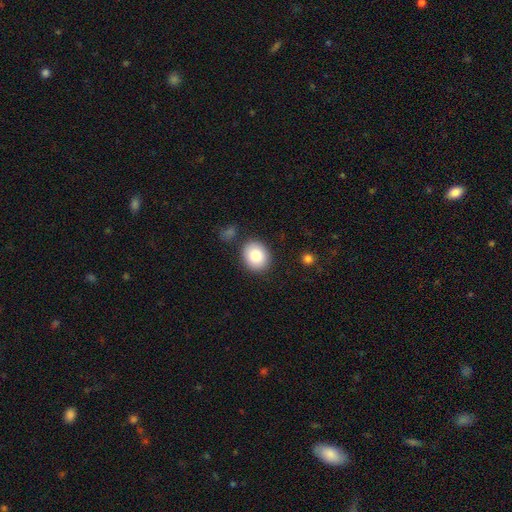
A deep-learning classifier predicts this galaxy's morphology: smooth 84%, featured or disk 9%, star or artifact 8%. Down the decision tree: how rounded — round (56%); merging — none (84%).